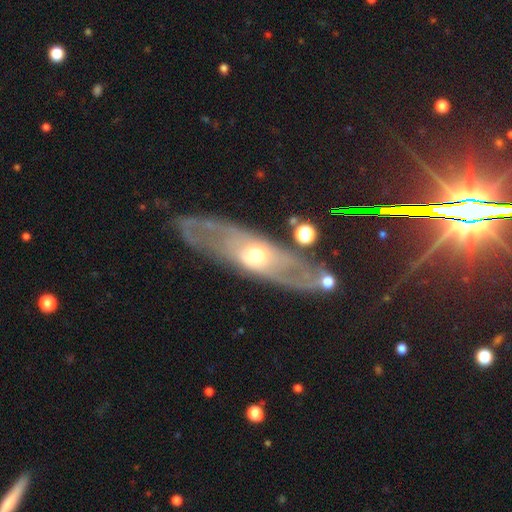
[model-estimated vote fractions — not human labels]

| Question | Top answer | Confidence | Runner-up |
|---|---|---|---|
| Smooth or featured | featured or disk | 75% | smooth (18%) |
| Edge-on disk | no | 72% | yes (28%) |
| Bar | no | 70% | weak (22%) |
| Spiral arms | yes | 58% | no (42%) |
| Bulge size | moderate | 59% | small (31%) |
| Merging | none | 76% | minor disturbance (14%) |